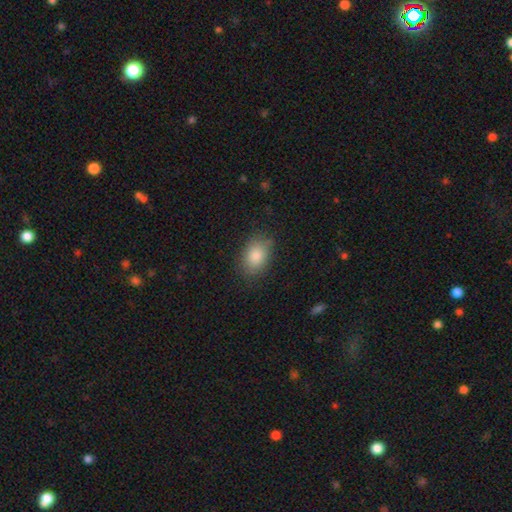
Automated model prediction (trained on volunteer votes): The model was most divided on "how rounded": in between: 81%, round: 17%, cigar-shaped: 1%. More confident: smooth or featured — smooth (85%); merging — none (82%).